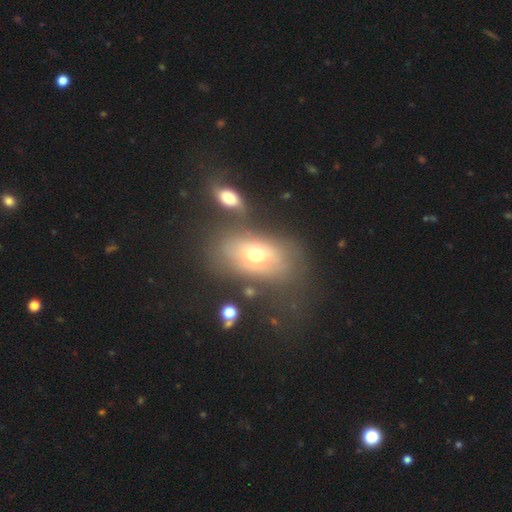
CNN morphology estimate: Smooth or featured: smooth — 52% (featured or disk — 38%)
How rounded: in between — 84% (round — 13%)
Merging: none — 48% (minor disturbance — 19%)